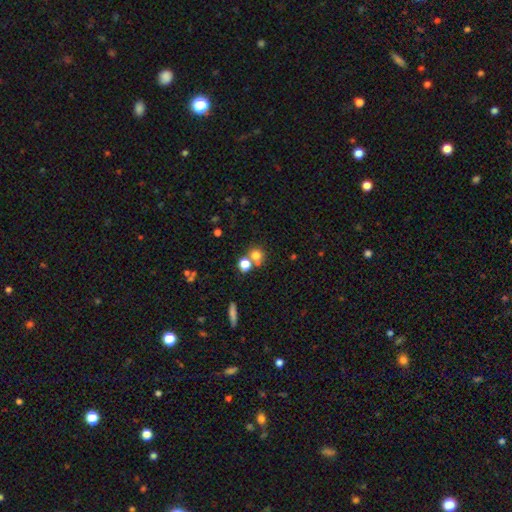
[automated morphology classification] Q: Smooth or featured?
A: smooth (74%); runner-up: star or artifact (16%)
Q: How rounded?
A: round (83%); runner-up: in between (15%)
Q: Merging?
A: none (51%); runner-up: merger (37%)